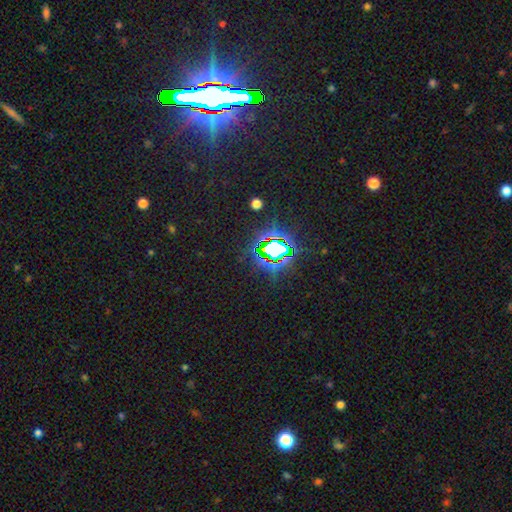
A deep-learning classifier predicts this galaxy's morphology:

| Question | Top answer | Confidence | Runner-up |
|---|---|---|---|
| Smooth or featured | star or artifact | 85% | smooth (8%) |